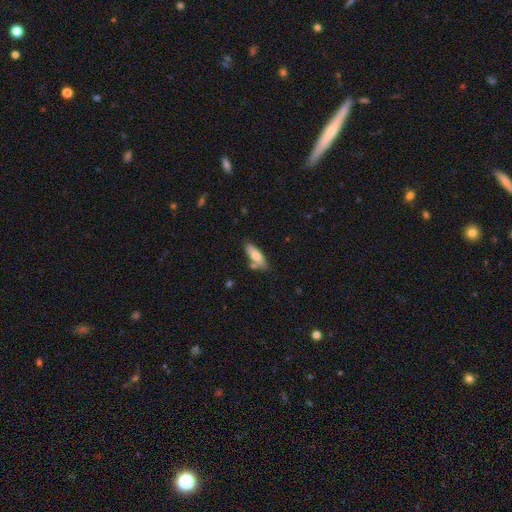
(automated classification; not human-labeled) The model was most divided on "how rounded": in between: 62%, cigar-shaped: 36%, round: 2%. More confident: smooth or featured — smooth (71%); merging — none (68%).